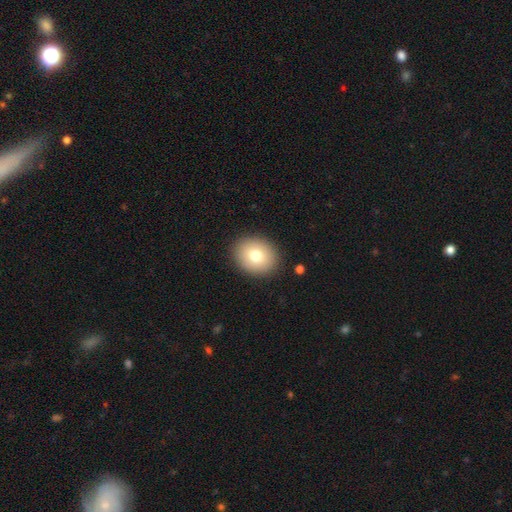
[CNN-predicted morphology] The model was most divided on "how rounded": round: 56%, in between: 43%, cigar-shaped: 1%. More confident: merging — none (90%); smooth or featured — smooth (75%).